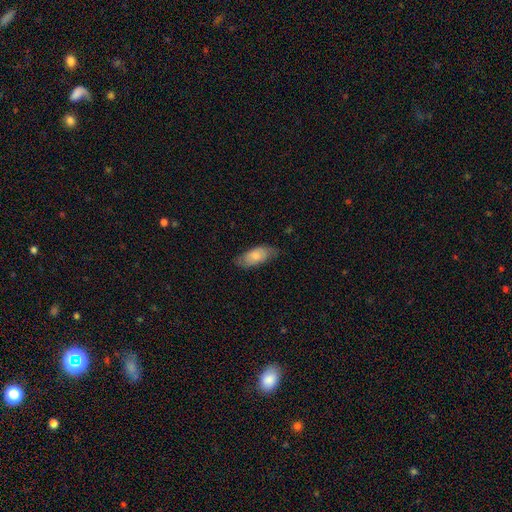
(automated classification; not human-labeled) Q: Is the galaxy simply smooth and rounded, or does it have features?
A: smooth — 72%.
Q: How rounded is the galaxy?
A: in between — 86%.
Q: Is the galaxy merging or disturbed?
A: none — 74%.